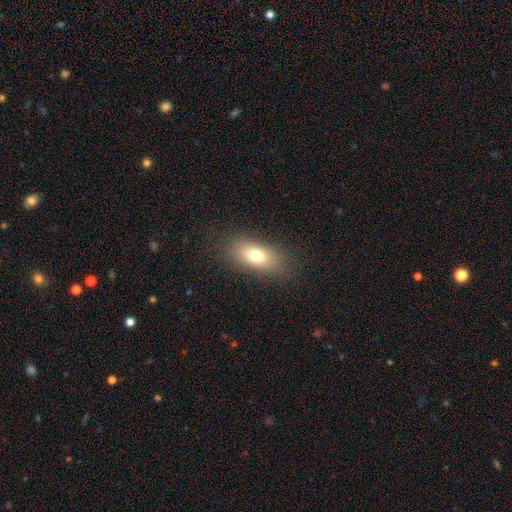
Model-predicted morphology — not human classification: Smooth or featured? smooth (75%)
How rounded? in between (84%)
Merging? none (85%)